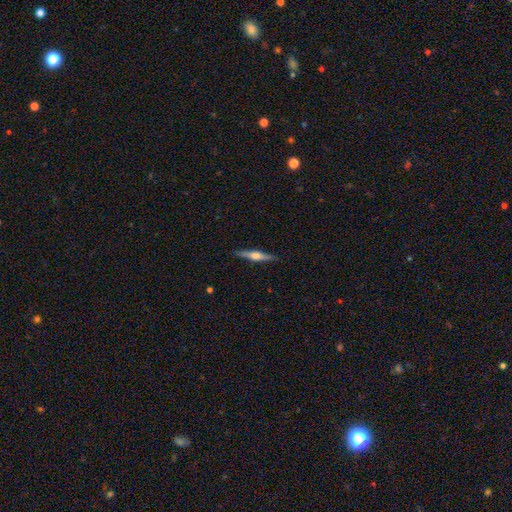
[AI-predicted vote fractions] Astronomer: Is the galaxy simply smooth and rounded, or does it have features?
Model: featured or disk — 64%.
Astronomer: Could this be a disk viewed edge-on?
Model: yes — 97%.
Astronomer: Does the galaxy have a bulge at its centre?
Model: rounded — 90%.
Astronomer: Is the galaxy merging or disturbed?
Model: none — 90%.